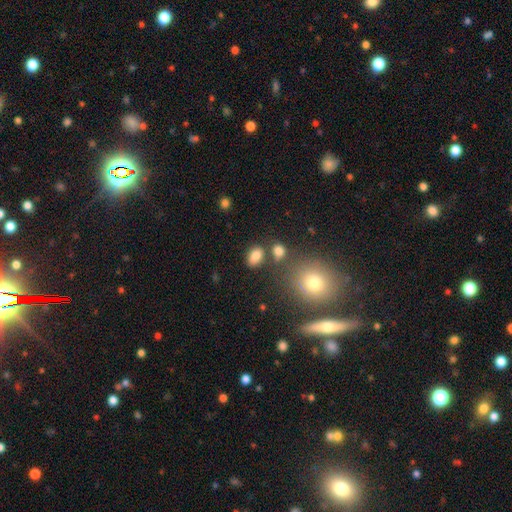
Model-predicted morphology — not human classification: A smooth galaxy with no disk features (81%) that is in between round and cigar-shaped (82%).

Vote fractions:
- Smooth or featured? smooth: 81% / star or artifact: 11% / featured or disk: 7%
- How rounded? in between: 82% / round: 16% / cigar-shaped: 2%
- Merging? none: 70% / minor disturbance: 13% / merger: 12% / major disturbance: 5%